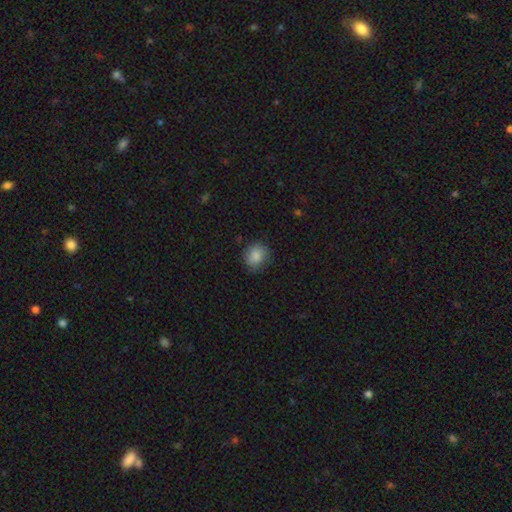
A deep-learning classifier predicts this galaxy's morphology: type=smooth (86%); roundness=round (74%); merging=none (80%).